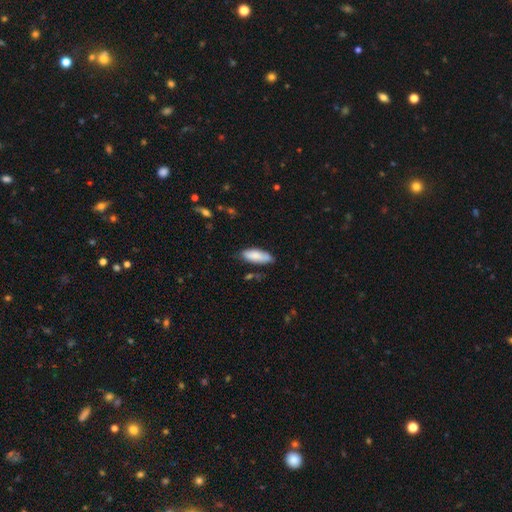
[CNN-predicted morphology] The model was most divided on "how rounded": in between: 70%, cigar-shaped: 28%, round: 2%. More confident: smooth or featured — smooth (83%); merging — none (72%).